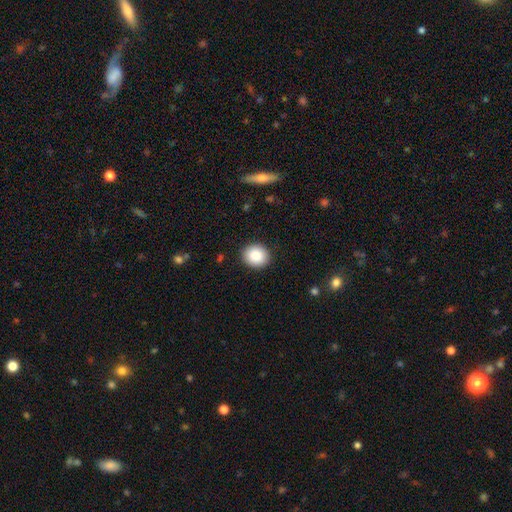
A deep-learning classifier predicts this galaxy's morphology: A smooth galaxy with no disk features (88%) that is round (77%). Merging: none (90%).